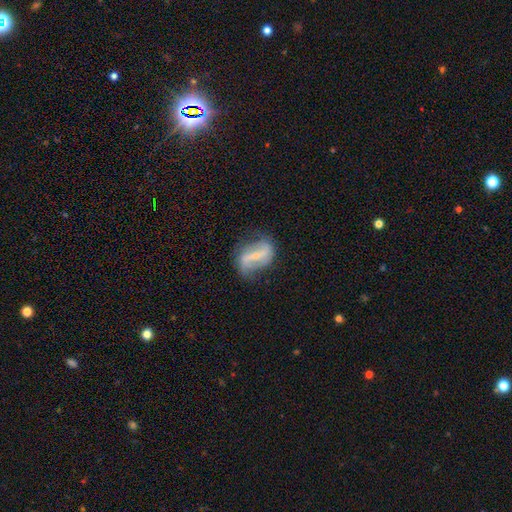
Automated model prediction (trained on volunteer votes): Smooth or featured? featured or disk (74%)
Edge-on disk? no (95%)
Bar? strong (62%)
Spiral arms? yes (81%)
Spiral winding? loose (61%)
Spiral arm count? 2 (83%)
Bulge size? small (43%)
Merging? none (62%)